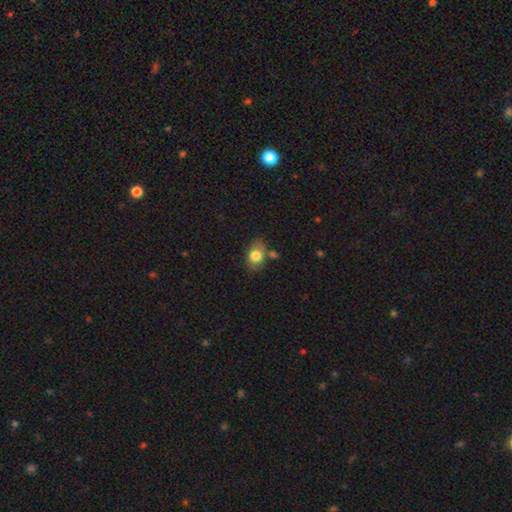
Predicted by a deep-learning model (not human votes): The model was most divided on "how rounded": in between: 69%, round: 29%, cigar-shaped: 1%. More confident: smooth or featured — smooth (79%); merging — none (65%).